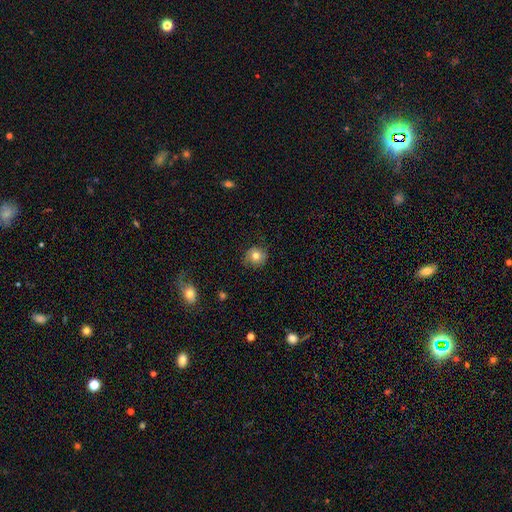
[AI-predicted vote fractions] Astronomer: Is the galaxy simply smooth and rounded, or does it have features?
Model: smooth — 73%.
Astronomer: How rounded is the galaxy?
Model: round — 88%.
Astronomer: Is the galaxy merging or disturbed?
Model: none — 77%.